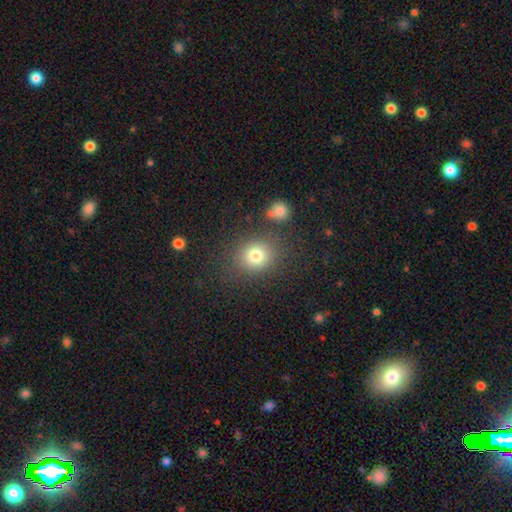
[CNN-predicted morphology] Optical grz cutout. It shows a smooth galaxy with no disk features (78%) that is round (73%). Merging: none (79%).